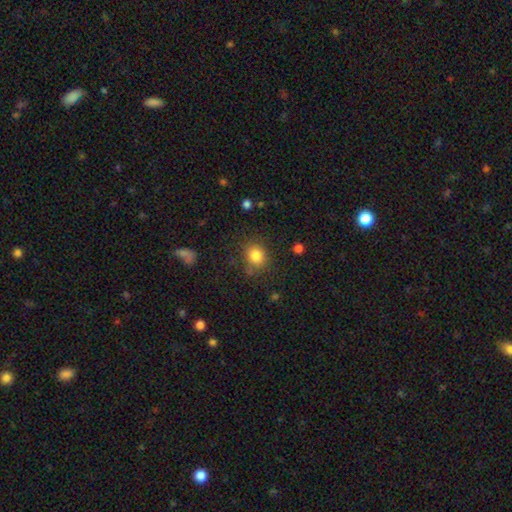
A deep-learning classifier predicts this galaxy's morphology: type=smooth (83%); roundness=round (75%); merging=none (78%).